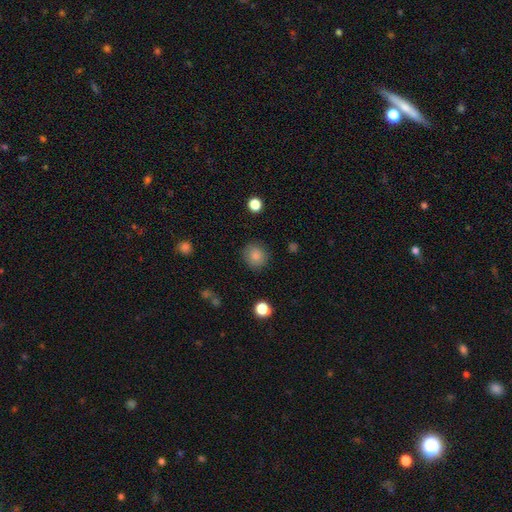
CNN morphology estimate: Smooth or featured?
  - smooth: 85% *
  - star or artifact: 10%
  - featured or disk: 6%
How rounded?
  - round: 87% *
  - in between: 12%
  - cigar-shaped: 1%
Merging?
  - none: 86% *
  - minor disturbance: 9%
  - major disturbance: 3%
  - merger: 1%